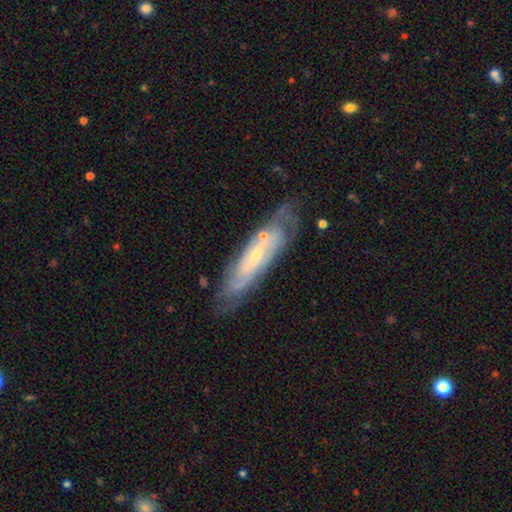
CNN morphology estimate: This is likely a featured or disk galaxy (76%). It is likely not viewed edge-on (71%). Bar: marginally no (43%). Spiral arm pattern: clearly yes (88%). Central bulge: likely small (67%). Merging: likely none (70%).